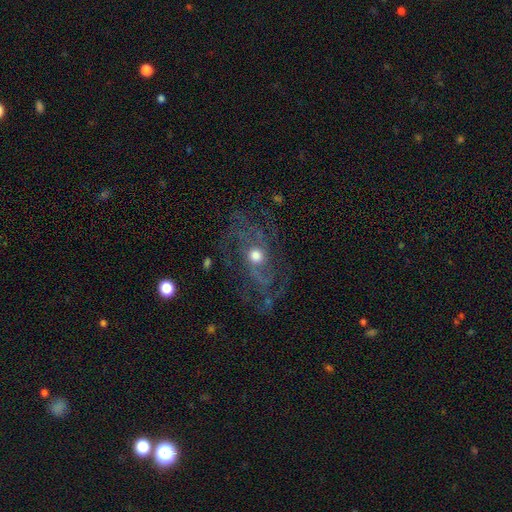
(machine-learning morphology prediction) smooth-or-featured: featured or disk: 79% | smooth: 12% | star or artifact: 9%
  disk-edge-on: no: 93% | yes: 7%
    bar: no: 76% | weak: 19% | strong: 6%
    has-spiral-arms: yes: 85% | no: 15%
      spiral-winding: medium: 44% | tight: 28% | loose: 28%
      spiral-arm-count: 2: 35% | can't tell: 27% | 3: 17% | 4: 8% | 1: 7% | more than 4: 7%
    bulge-size: moderate: 65% | small: 23% | large: 9% | dominant: 2% | none: 1%
  merging: none: 61% | major disturbance: 20% | minor disturbance: 17% | merger: 2%